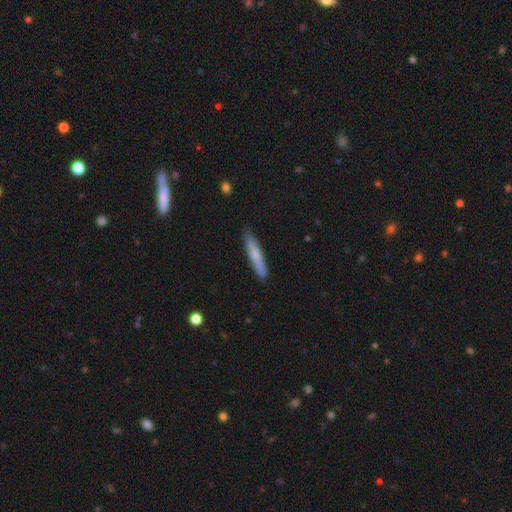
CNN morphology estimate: Smooth or featured: smooth — 63% (featured or disk — 31%)
How rounded: cigar-shaped — 93% (in between — 6%)
Merging: none — 85% (minor disturbance — 12%)